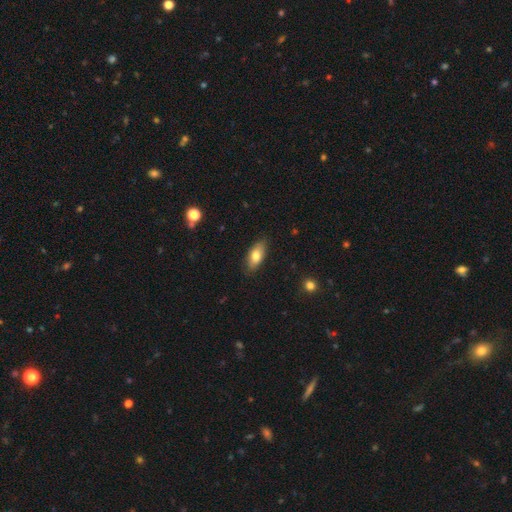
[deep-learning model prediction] Morphology: type=smooth (76%); roundness=in between (85%); merging=none (85%).